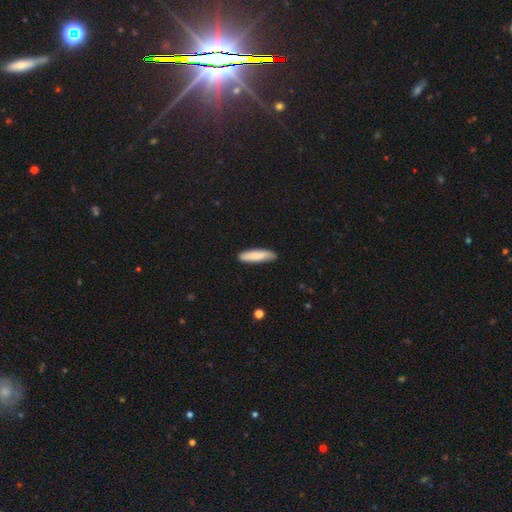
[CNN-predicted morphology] A smooth galaxy with no disk features (84%) that is cigar-shaped (76%).

Vote fractions:
- Smooth or featured? smooth: 84% / featured or disk: 11% / star or artifact: 5%
- How rounded? cigar-shaped: 76% / in between: 22% / round: 1%
- Merging? none: 86% / minor disturbance: 12% / major disturbance: 2% / merger: 1%